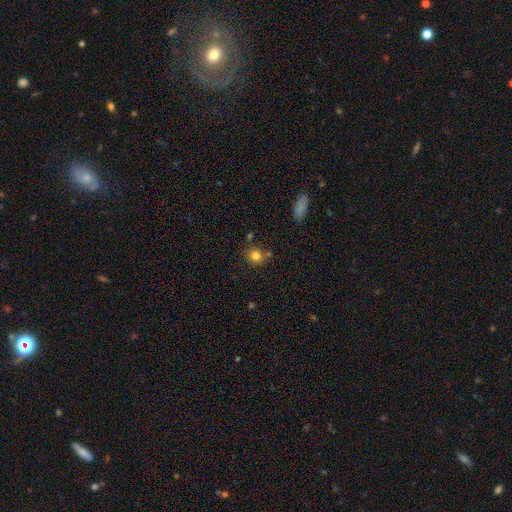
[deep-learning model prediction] Smooth or featured?
  - smooth: 81% *
  - star or artifact: 12%
  - featured or disk: 7%
How rounded?
  - round: 85% *
  - in between: 14%
  - cigar-shaped: 1%
Merging?
  - none: 74% *
  - minor disturbance: 13%
  - merger: 10%
  - major disturbance: 4%